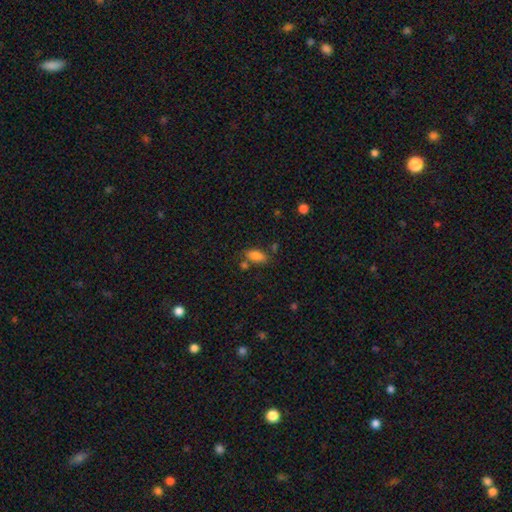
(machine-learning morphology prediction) The model was most divided on "merging": none: 66%, minor disturbance: 16%, merger: 13%, major disturbance: 5%. More confident: how rounded — in between (90%); smooth or featured — smooth (84%).